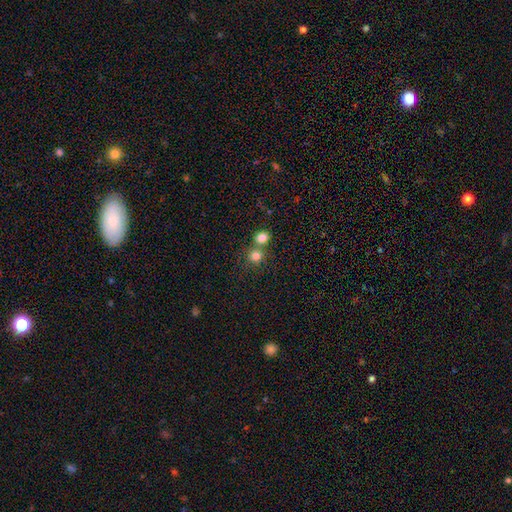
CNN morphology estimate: Overall: smooth (80%). How rounded: round (87%). Merging: none (57%; merger 34%).